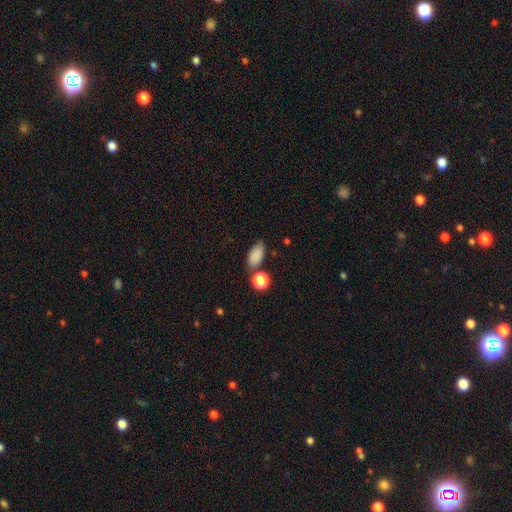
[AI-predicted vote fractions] Overall: smooth (86%). How rounded: in between (89%). Merging: none (67%).